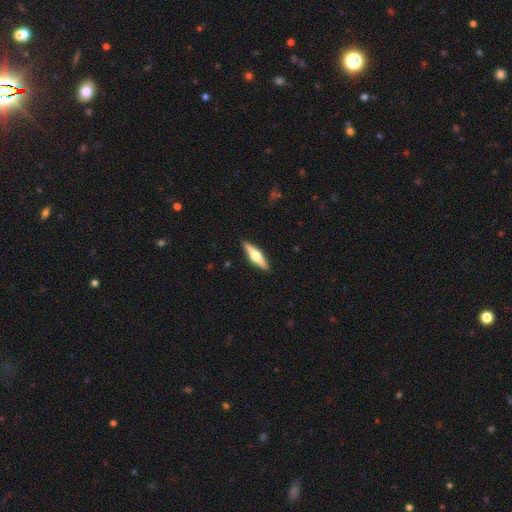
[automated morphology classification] Q: Smooth or featured?
A: featured or disk (62%); runner-up: smooth (33%)
Q: Edge-on disk?
A: yes (96%); runner-up: no (4%)
Q: Edge-on bulge?
A: rounded (94%); runner-up: boxy (4%)
Q: Merging?
A: none (91%); runner-up: minor disturbance (7%)